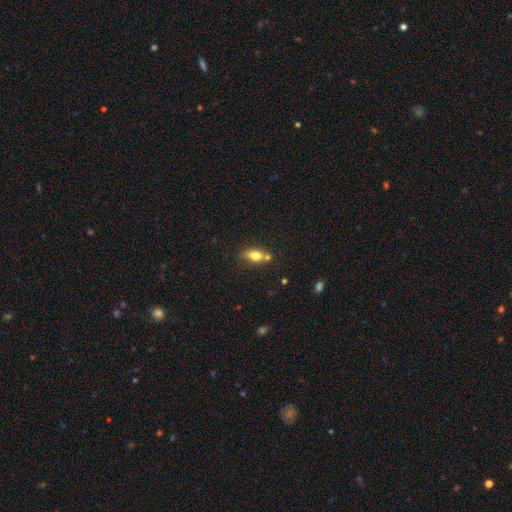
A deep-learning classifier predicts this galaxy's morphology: smooth_or_featured: smooth (p=0.70) [alt: featured or disk p=0.20]
how_rounded: in between (p=0.75) [alt: cigar-shaped p=0.13]
merging: none (p=0.58) [alt: merger p=0.22]